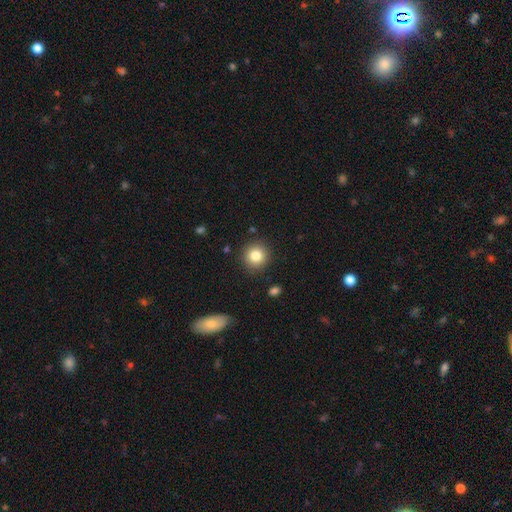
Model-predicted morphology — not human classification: A smooth galaxy with no disk features (82%) that is round (93%). Merging: none (90%).